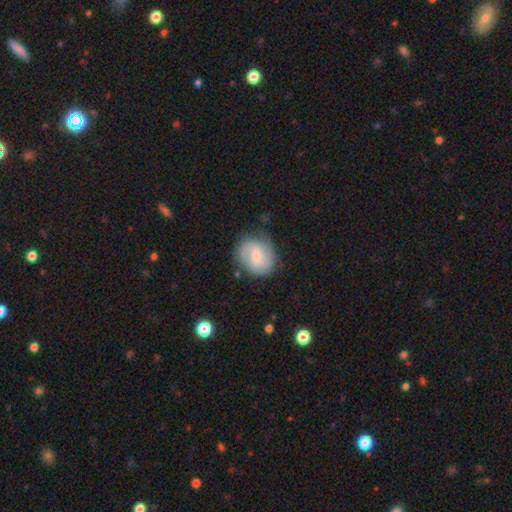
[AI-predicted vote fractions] This appears to be a featured or disk galaxy (61%) with a weak bar (48%), 2 (69%) medium (45%) spiral arms (87%) and a small central bulge (61%). Merging: none (70%).